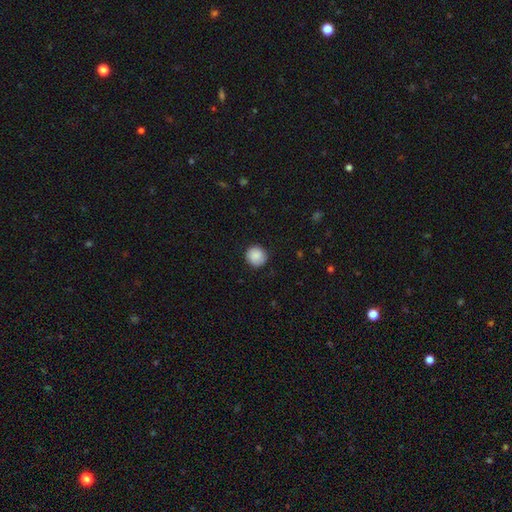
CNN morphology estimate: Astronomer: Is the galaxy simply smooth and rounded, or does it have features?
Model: smooth — 88%.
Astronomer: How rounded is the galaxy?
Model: round — 93%.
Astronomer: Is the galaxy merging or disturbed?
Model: none — 86%.